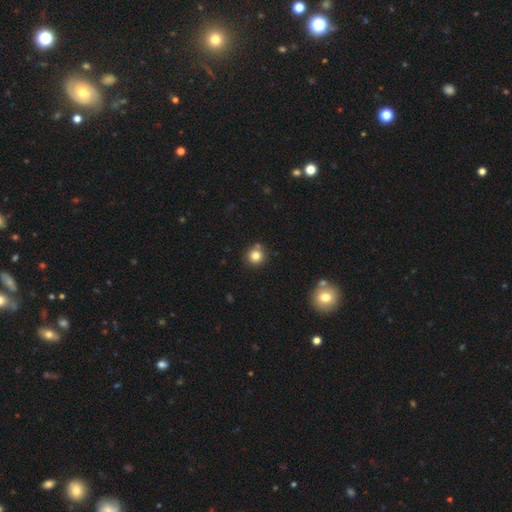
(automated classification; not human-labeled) A smooth galaxy with no disk features (81%) that is round (92%).

Vote fractions:
- Smooth or featured? smooth: 81% / star or artifact: 12% / featured or disk: 7%
- How rounded? round: 92% / in between: 7% / cigar-shaped: 1%
- Merging? none: 76% / merger: 11% / minor disturbance: 11% / major disturbance: 3%